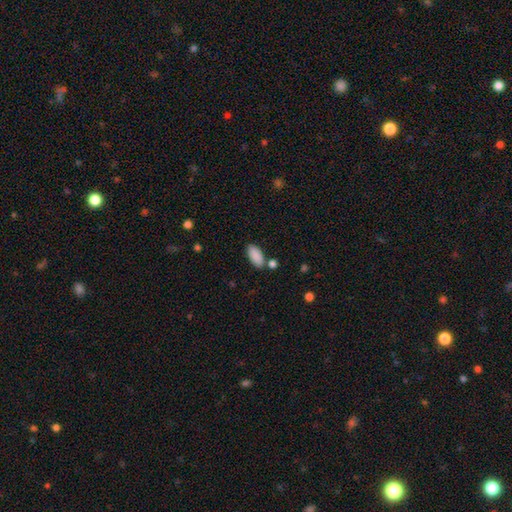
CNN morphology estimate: type=smooth (90%); roundness=in between (90%); merging=none (78%).